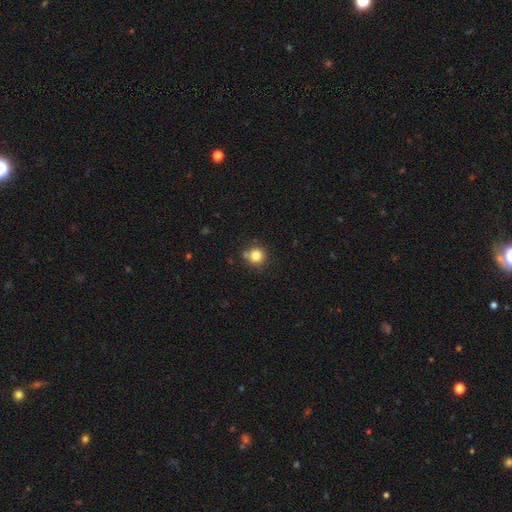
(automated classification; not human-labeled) Q: Smooth or featured?
A: smooth (82%); runner-up: star or artifact (12%)
Q: How rounded?
A: round (91%); runner-up: in between (8%)
Q: Merging?
A: none (76%); runner-up: minor disturbance (14%)